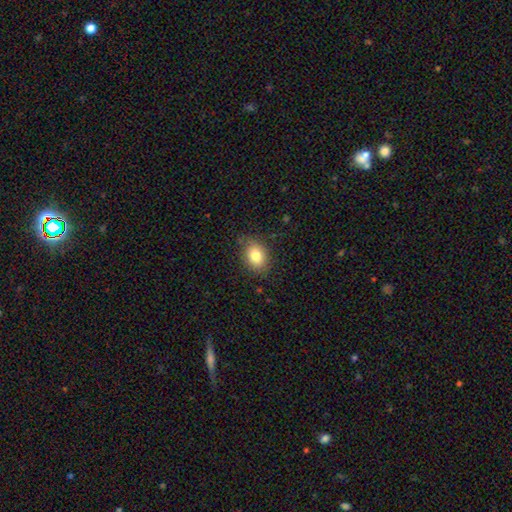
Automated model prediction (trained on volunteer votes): This is clearly a smooth galaxy (81%). How rounded: likely in between (68%). Merging: likely none (80%).